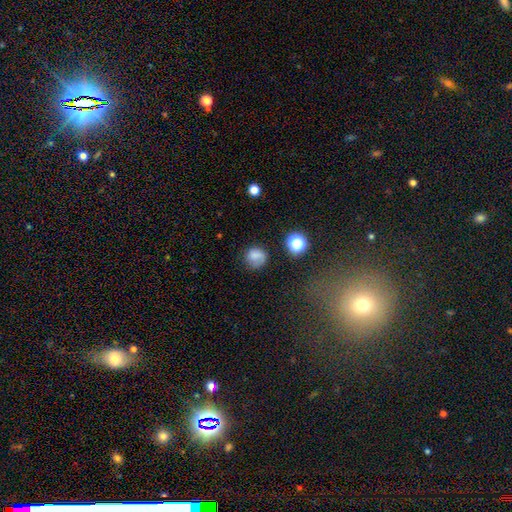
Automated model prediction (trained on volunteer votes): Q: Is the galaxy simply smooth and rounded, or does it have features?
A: smooth — 75%.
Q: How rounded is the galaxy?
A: round — 82%.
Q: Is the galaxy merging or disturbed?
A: none — 66%.